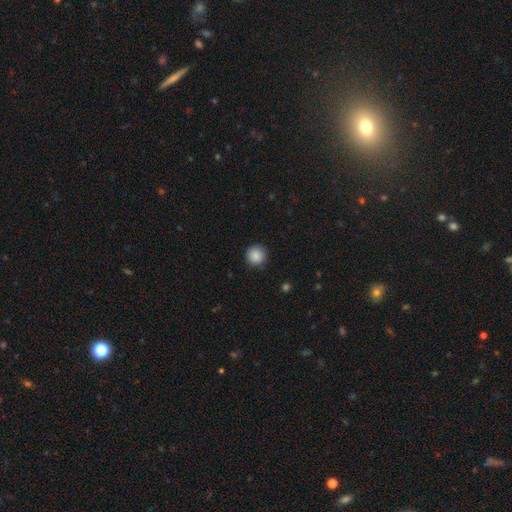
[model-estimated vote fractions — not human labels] Q: Smooth or featured?
A: smooth (87%); runner-up: star or artifact (9%)
Q: How rounded?
A: round (95%); runner-up: in between (4%)
Q: Merging?
A: none (90%); runner-up: minor disturbance (7%)